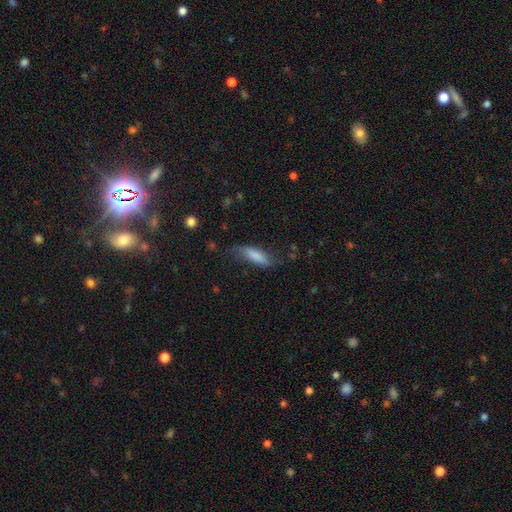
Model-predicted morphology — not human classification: A smooth galaxy with no disk features (74%) that is in between round and cigar-shaped (51%).

Vote fractions:
- Smooth or featured? smooth: 74% / featured or disk: 19% / star or artifact: 7%
- How rounded? in between: 51% / cigar-shaped: 47% / round: 2%
- Merging? none: 57% / minor disturbance: 29% / major disturbance: 12% / merger: 2%